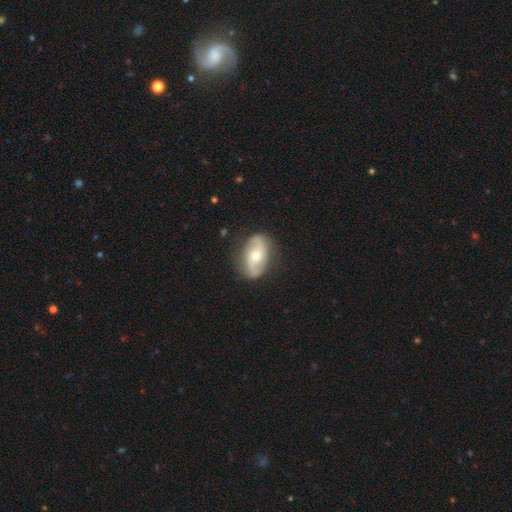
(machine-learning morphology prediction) type=featured or disk (72%); edge-on=no (95%); bar=no (52%); spiral arms=yes (86%); winding=loose (58%); arm count=2 (90%); bulge=moderate (56%); merging=none (81%).